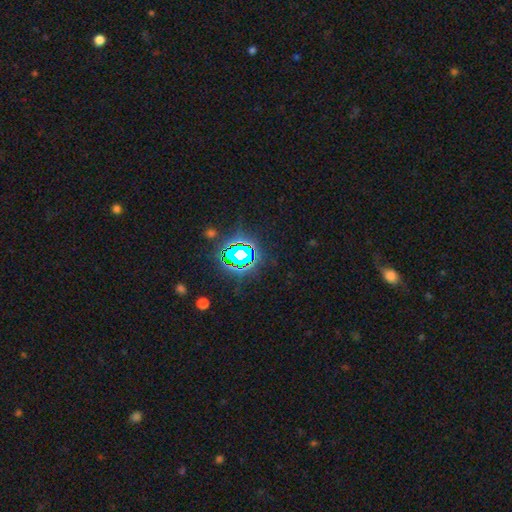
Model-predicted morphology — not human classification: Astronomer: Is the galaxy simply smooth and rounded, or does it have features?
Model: star or artifact — 81%.